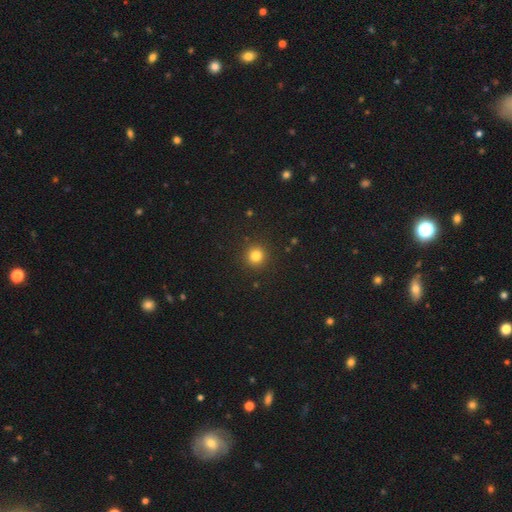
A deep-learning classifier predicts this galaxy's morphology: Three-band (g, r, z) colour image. It shows a smooth galaxy with no disk features (82%) that is round (93%). Merging: none (91%).